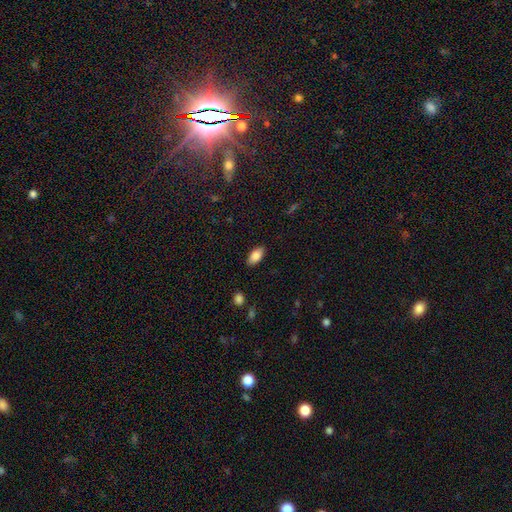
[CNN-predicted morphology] type=smooth (85%); roundness=in between (92%); merging=none (88%).